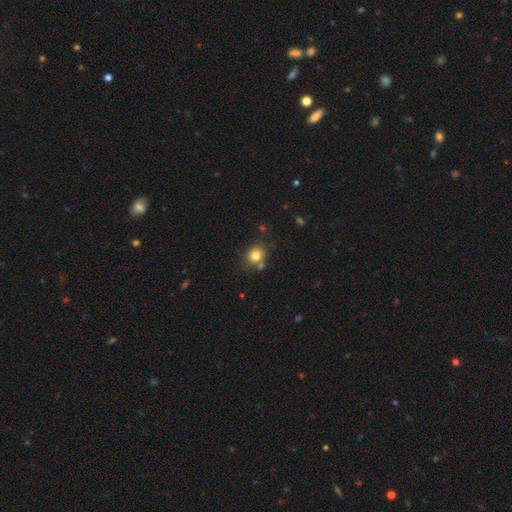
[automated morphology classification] smooth_or_featured: smooth (p=0.80) [alt: star or artifact p=0.12]
how_rounded: round (p=0.73) [alt: in between p=0.26]
merging: none (p=0.69) [alt: merger p=0.13]